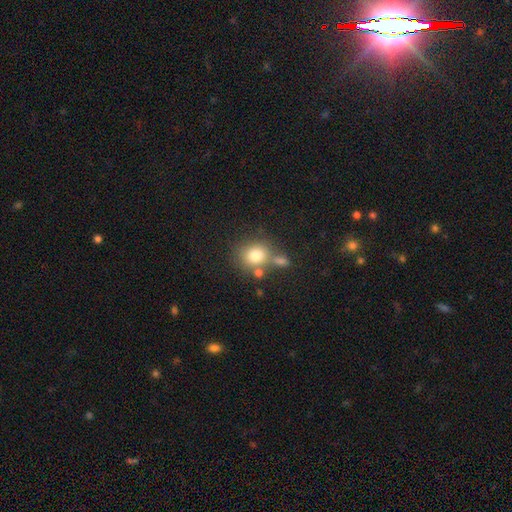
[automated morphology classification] smooth_or_featured: smooth (p=0.78) [alt: star or artifact p=0.11]
how_rounded: round (p=0.78) [alt: in between p=0.21]
merging: none (p=0.61) [alt: merger p=0.21]